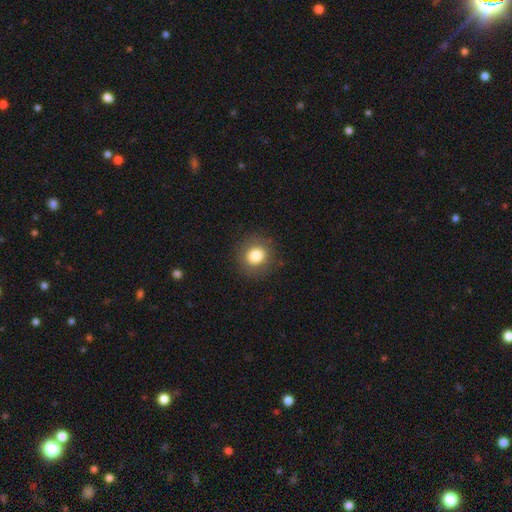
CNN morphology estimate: Smooth or featured? Predicted: smooth (p=0.80). How rounded? Predicted: round (p=0.82). Merging? Predicted: none (p=0.87).